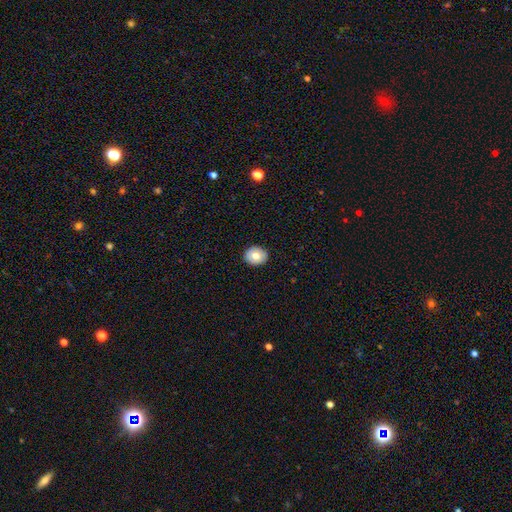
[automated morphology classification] Smooth or featured: smooth — 72% (featured or disk — 20%)
How rounded: round — 67% (in between — 32%)
Merging: none — 90% (minor disturbance — 7%)